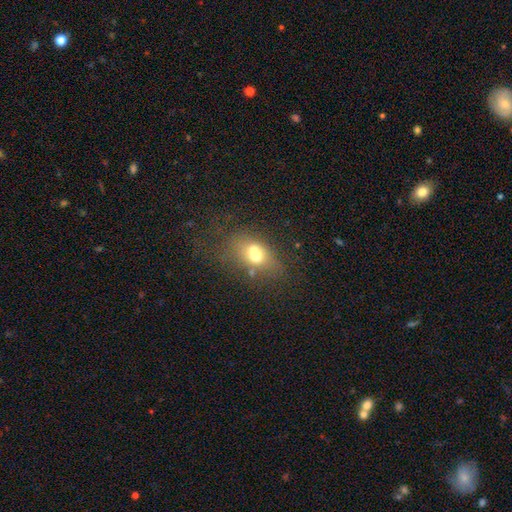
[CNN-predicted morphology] The model was most divided on "merging": merger: 51%, none: 30%, minor disturbance: 11%, major disturbance: 8%. More confident: how rounded — in between (61%); smooth or featured — smooth (58%).